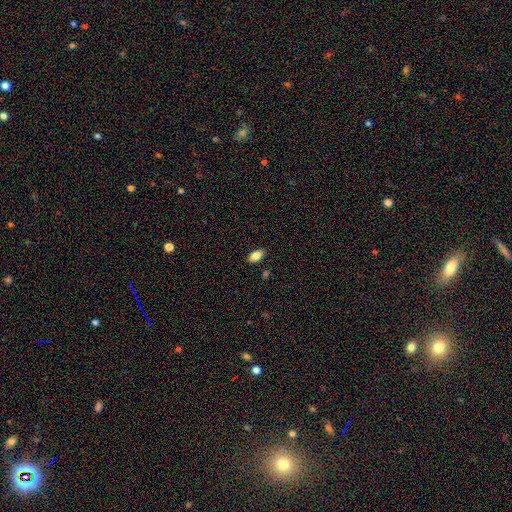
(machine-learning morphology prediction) Q: Smooth or featured?
A: smooth (84%); runner-up: star or artifact (8%)
Q: How rounded?
A: in between (92%); runner-up: round (5%)
Q: Merging?
A: none (88%); runner-up: minor disturbance (8%)